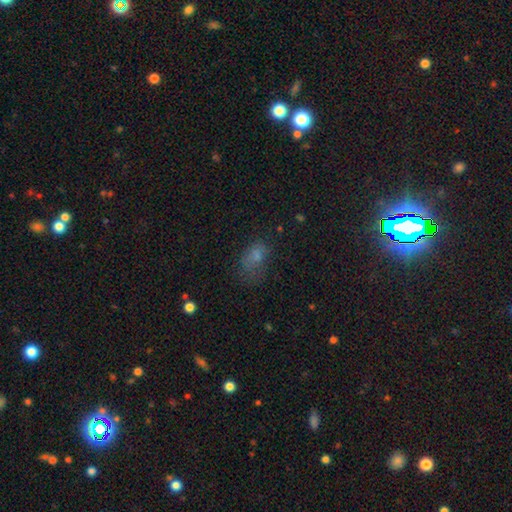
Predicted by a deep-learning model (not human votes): Morphology: type=smooth (62%); roundness=in between (80%); merging=none (45%).